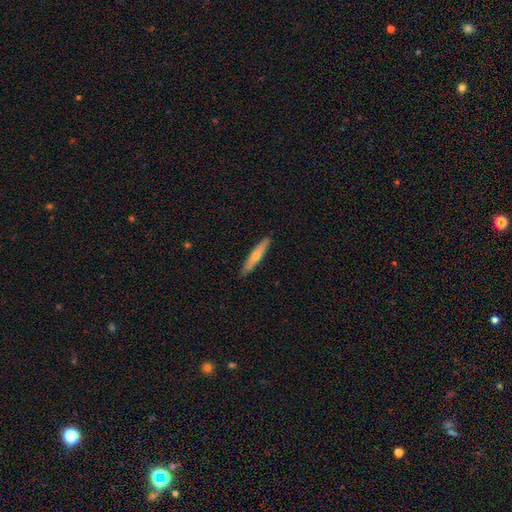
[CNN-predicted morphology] smooth-or-featured: smooth: 52% | featured or disk: 42% | star or artifact: 6%
  how-rounded: cigar-shaped: 92% | in between: 7% | round: 1%
  merging: none: 90% | minor disturbance: 7% | major disturbance: 1% | merger: 1%